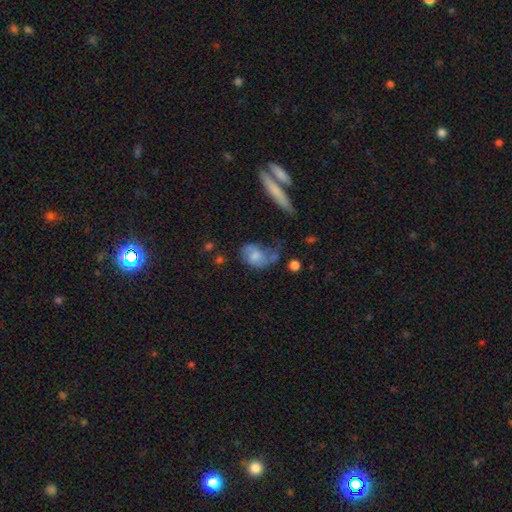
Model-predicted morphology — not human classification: The model was most divided on "merging": none: 34%, major disturbance: 28%, minor disturbance: 28%, merger: 10%. More confident: how rounded — in between (70%); smooth or featured — smooth (54%).